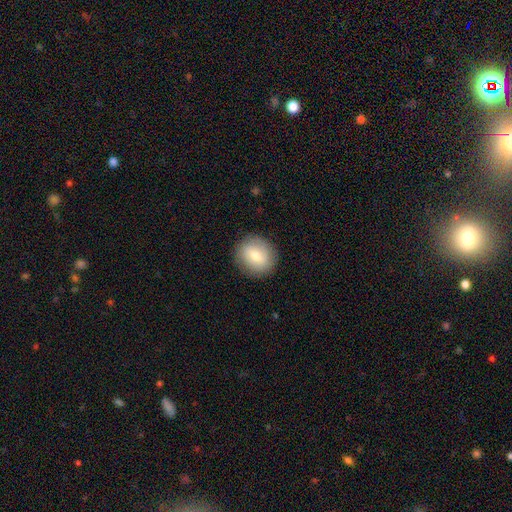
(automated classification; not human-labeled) Smooth or featured? smooth (71%)
How rounded? round (78%)
Merging? none (87%)